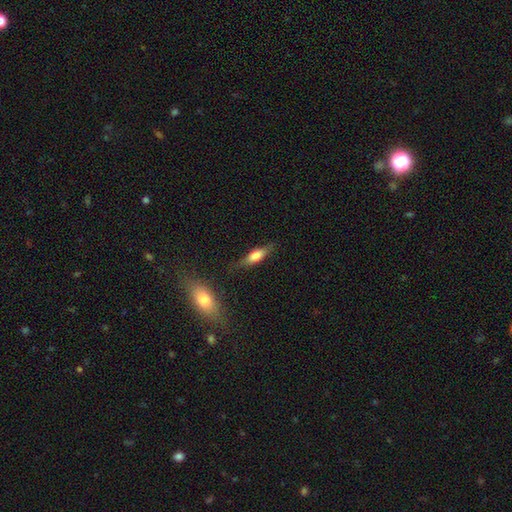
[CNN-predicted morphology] Q: Smooth or featured?
A: smooth (61%); runner-up: featured or disk (31%)
Q: How rounded?
A: cigar-shaped (49%); runner-up: in between (47%)
Q: Merging?
A: none (71%); runner-up: minor disturbance (20%)